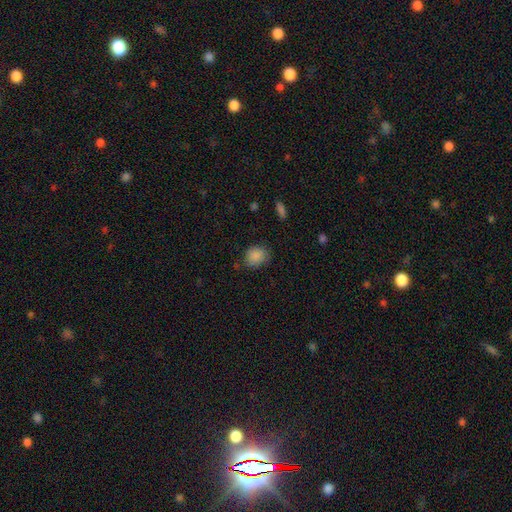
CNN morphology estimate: smooth-or-featured: smooth: 86% | star or artifact: 9% | featured or disk: 5%
  how-rounded: round: 62% | in between: 37% | cigar-shaped: 1%
  merging: none: 70% | minor disturbance: 23% | major disturbance: 5% | merger: 2%